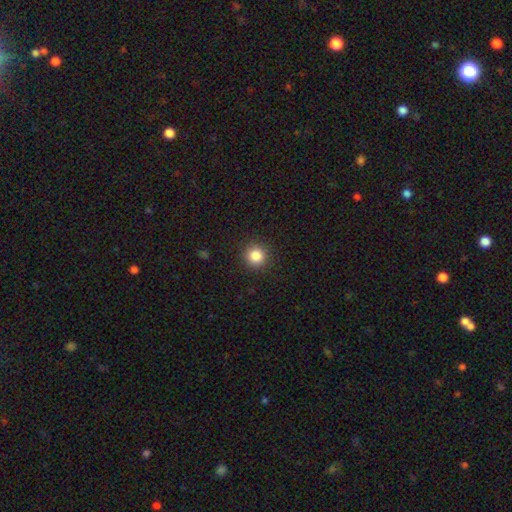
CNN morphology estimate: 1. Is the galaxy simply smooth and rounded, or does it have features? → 85% smooth, 11% star or artifact, 4% featured or disk.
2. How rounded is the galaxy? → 94% round, 5% in between, 1% cigar-shaped.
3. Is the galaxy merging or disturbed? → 92% none, 5% minor disturbance, 2% major disturbance, 1% merger.